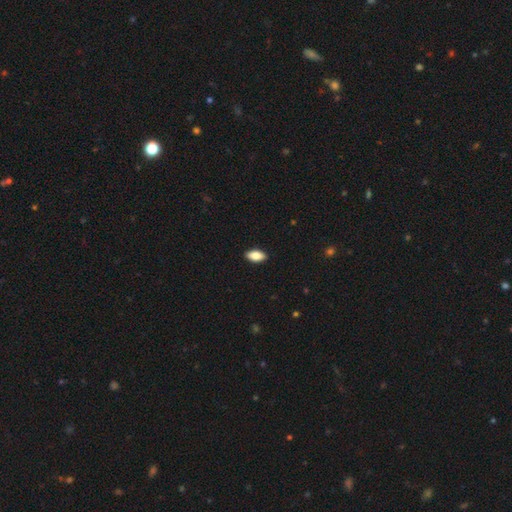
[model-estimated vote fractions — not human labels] A smooth galaxy with no disk features (84%) that is in between round and cigar-shaped (91%).

Vote fractions:
- Smooth or featured? smooth: 84% / featured or disk: 9% / star or artifact: 7%
- How rounded? in between: 91% / cigar-shaped: 6% / round: 3%
- Merging? none: 90% / minor disturbance: 7% / major disturbance: 2% / merger: 1%